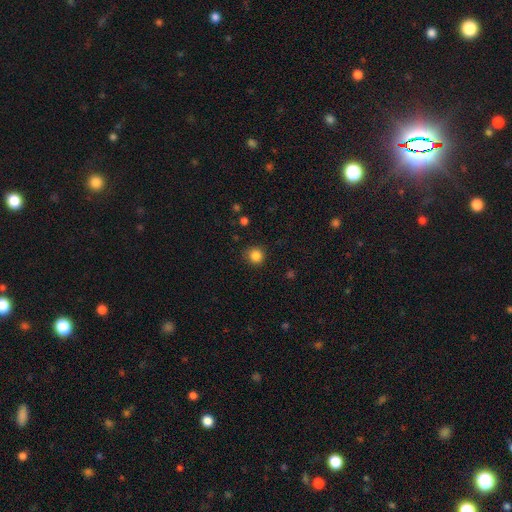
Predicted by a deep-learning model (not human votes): Overall: smooth (85%). How rounded: round (91%). Merging: none (87%).